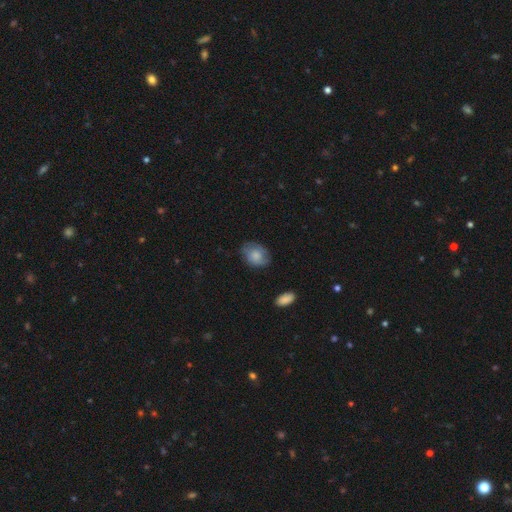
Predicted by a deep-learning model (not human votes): smooth-or-featured: smooth: 69% | featured or disk: 24% | star or artifact: 7%
  how-rounded: in between: 66% | round: 33% | cigar-shaped: 1%
  merging: none: 66% | minor disturbance: 25% | major disturbance: 7% | merger: 2%